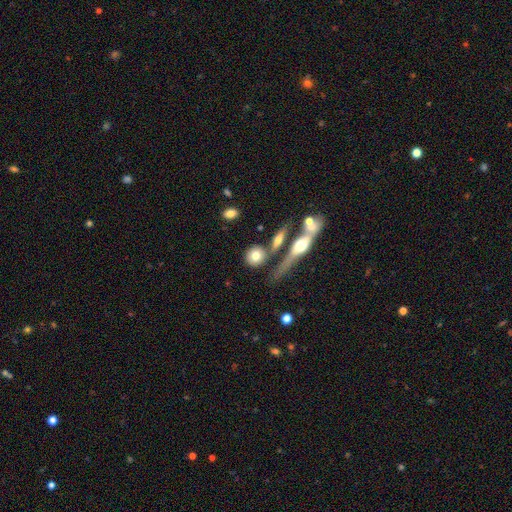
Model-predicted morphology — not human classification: smooth-or-featured: smooth: 71% | featured or disk: 21% | star or artifact: 8%
  how-rounded: round: 77% | in between: 17% | cigar-shaped: 6%
  merging: none: 66% | merger: 18% | minor disturbance: 11% | major disturbance: 5%